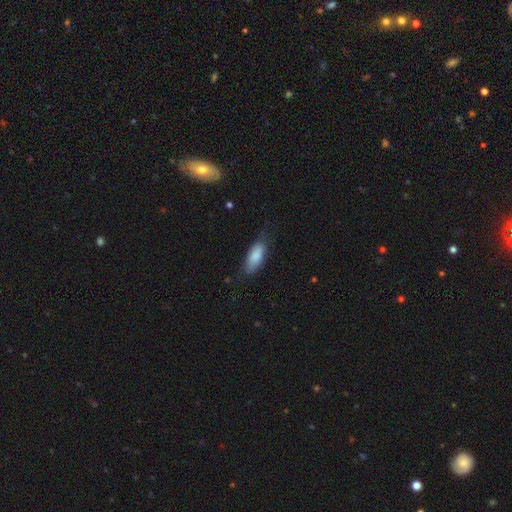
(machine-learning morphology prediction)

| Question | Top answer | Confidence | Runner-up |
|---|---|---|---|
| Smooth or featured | smooth | 84% | featured or disk (10%) |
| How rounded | in between | 79% | cigar-shaped (19%) |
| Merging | none | 69% | minor disturbance (24%) |